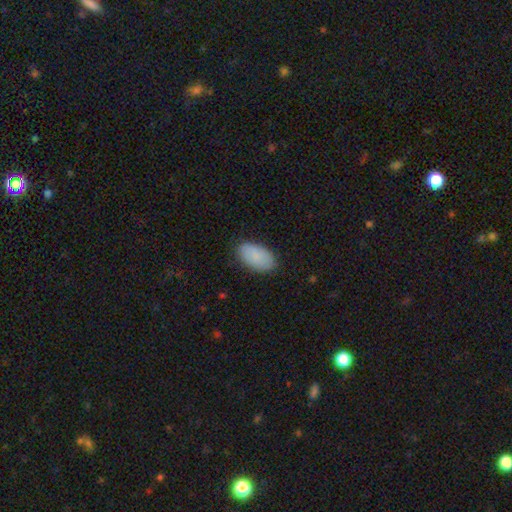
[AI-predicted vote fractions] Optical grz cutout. It shows a smooth galaxy with no disk features (86%) that is in between round and cigar-shaped (95%). Merging: none (83%).